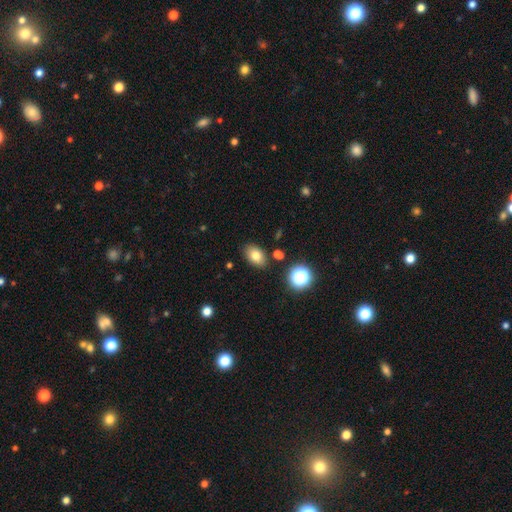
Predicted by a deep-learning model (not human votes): This is likely a smooth galaxy (78%). How rounded: clearly in between (83%). Merging: clearly none (83%).